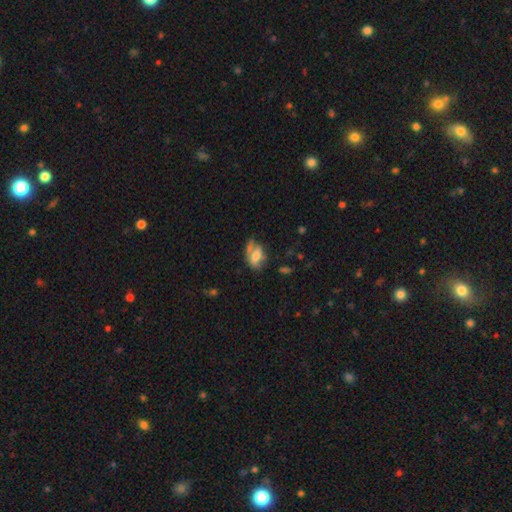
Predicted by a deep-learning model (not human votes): This appears to be a smooth galaxy with no disk features (55%) that is in between round and cigar-shaped (83%). Merging: none (42%).